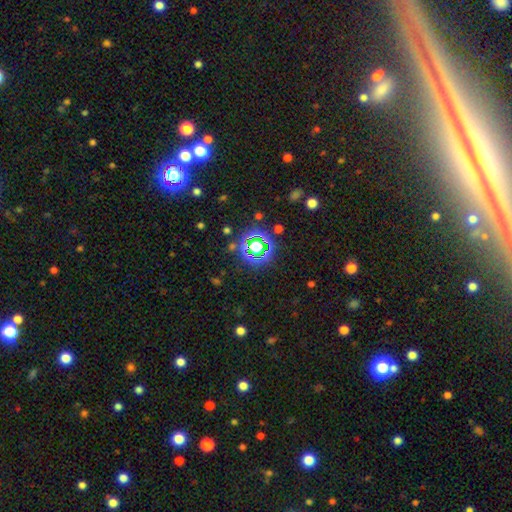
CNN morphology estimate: Q: Smooth or featured?
A: star or artifact (72%); runner-up: smooth (20%)